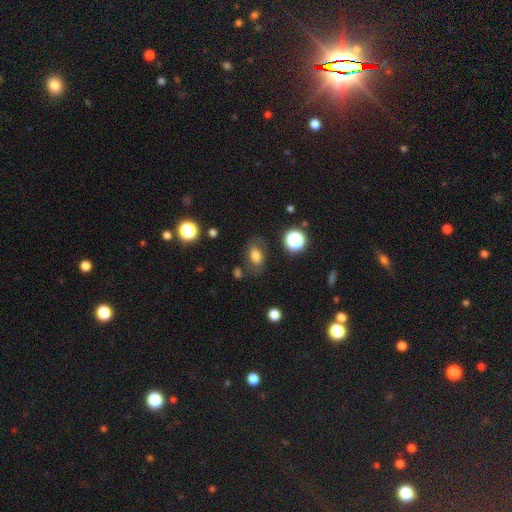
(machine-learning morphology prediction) Smooth or featured?
  - smooth: 70% *
  - featured or disk: 17%
  - star or artifact: 13%
How rounded?
  - in between: 80% *
  - round: 18%
  - cigar-shaped: 2%
Merging?
  - none: 73% *
  - minor disturbance: 16%
  - major disturbance: 8%
  - merger: 3%